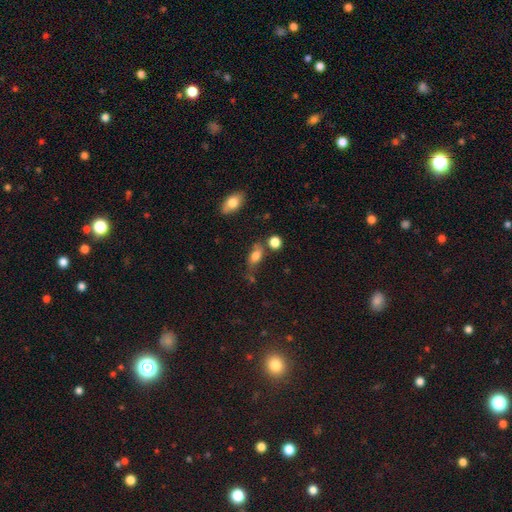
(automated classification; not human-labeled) Q: Smooth or featured?
A: smooth (75%); runner-up: featured or disk (14%)
Q: How rounded?
A: in between (78%); runner-up: round (11%)
Q: Merging?
A: none (57%); runner-up: minor disturbance (21%)